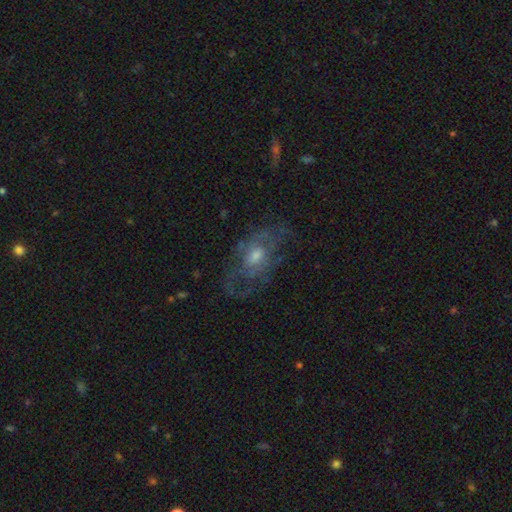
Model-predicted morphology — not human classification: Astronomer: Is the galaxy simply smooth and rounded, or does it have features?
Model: featured or disk — 65%.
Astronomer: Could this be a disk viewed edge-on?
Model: no — 93%.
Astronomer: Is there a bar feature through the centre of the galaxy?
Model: no — 73%.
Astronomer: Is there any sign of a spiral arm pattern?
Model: yes — 55% (runner-up: no, 45%).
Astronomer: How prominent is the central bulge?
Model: moderate — 53% (runner-up: small, 37%).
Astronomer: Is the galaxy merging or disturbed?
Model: none — 56%.